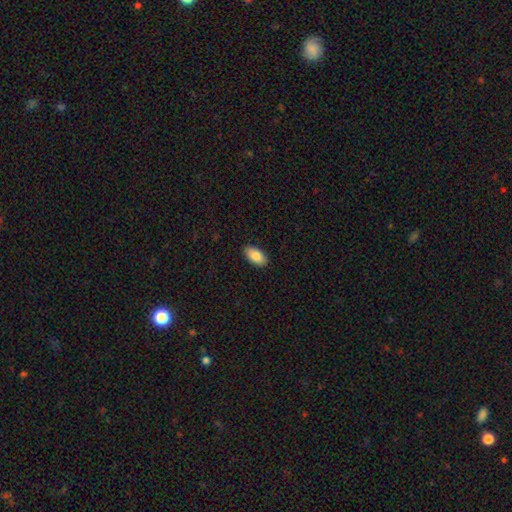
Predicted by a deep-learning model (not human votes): The model was most divided on "smooth or featured": smooth: 86%, featured or disk: 7%, star or artifact: 7%. More confident: how rounded — in between (94%); merging — none (90%).